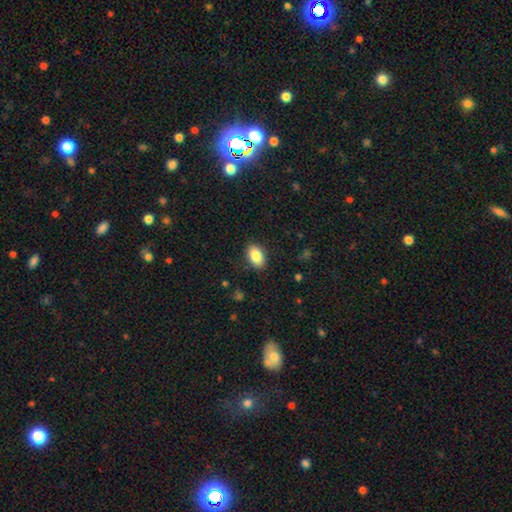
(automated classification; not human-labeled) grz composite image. It shows a smooth galaxy with no disk features (87%) that is in between round and cigar-shaped (90%). Merging: none (87%).